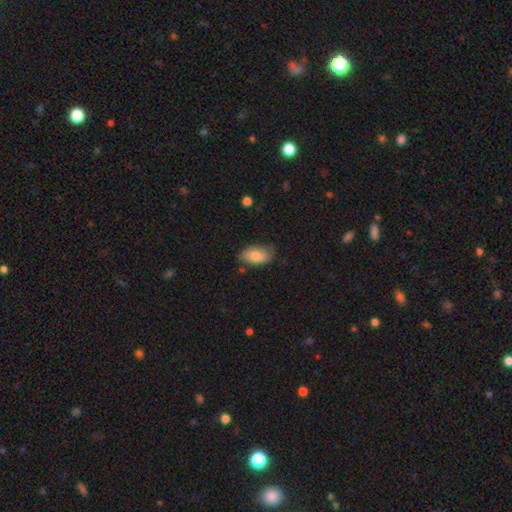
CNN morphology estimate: A smooth galaxy with no disk features (79%) that is in between round and cigar-shaped (92%). Merging: none (72%).